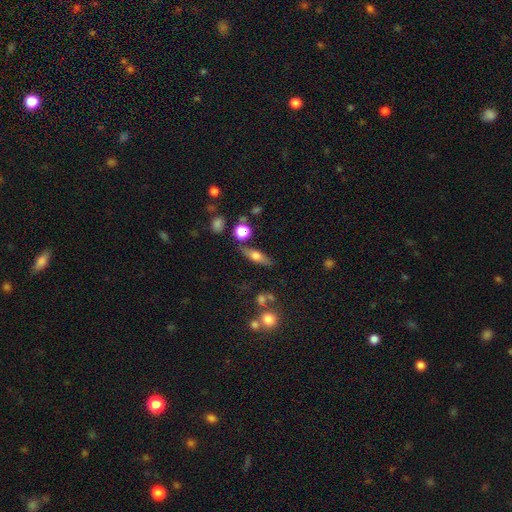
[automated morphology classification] The model was most divided on "smooth or featured": smooth: 50%, featured or disk: 42%, star or artifact: 9%. More confident: merging — none (75%).